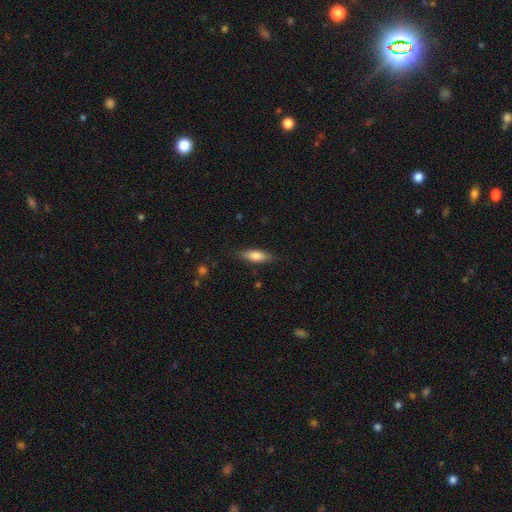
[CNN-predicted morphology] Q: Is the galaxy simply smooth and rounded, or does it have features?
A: smooth — 76%.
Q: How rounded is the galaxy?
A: in between — 57%.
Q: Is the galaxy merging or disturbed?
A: none — 82%.